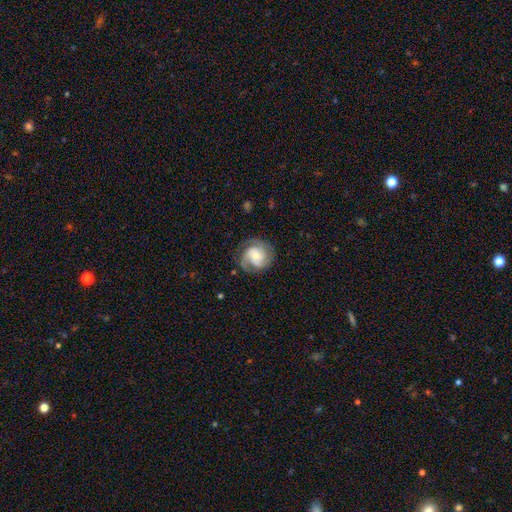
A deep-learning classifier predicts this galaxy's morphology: smooth-or-featured: featured or disk: 80% | smooth: 14% | star or artifact: 6%
  disk-edge-on: no: 98% | yes: 2%
    bar: no: 66% | weak: 28% | strong: 6%
    has-spiral-arms: yes: 96% | no: 4%
      spiral-winding: tight: 51% | medium: 39% | loose: 10%
      spiral-arm-count: 3: 45% | 2: 27% | can't tell: 13% | 4: 6% | 1: 5% | more than 4: 4%
    bulge-size: small: 49% | moderate: 42% | large: 5% | none: 3% | dominant: 1%
  merging: none: 75% | minor disturbance: 16% | major disturbance: 7% | merger: 1%